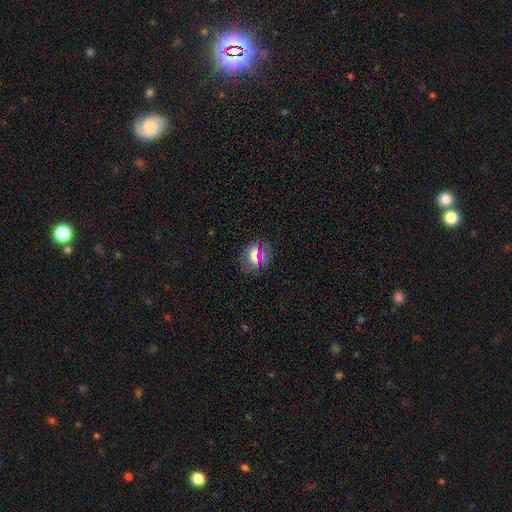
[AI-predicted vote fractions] Morphology: type=smooth (61%); roundness=round (58%); merging=none (83%).